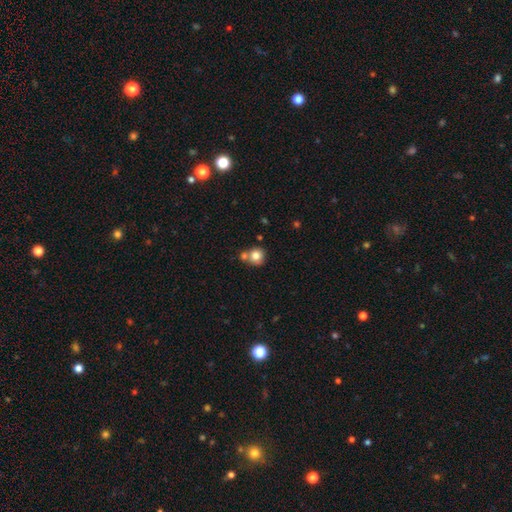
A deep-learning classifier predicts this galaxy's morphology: type=smooth (81%); roundness=round (88%); merging=none (58%).